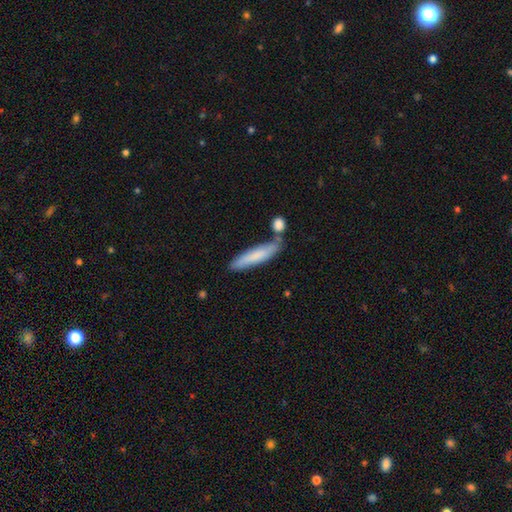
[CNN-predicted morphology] This is likely a smooth galaxy (75%). How rounded: clearly cigar-shaped (84%). Merging: likely none (68%).